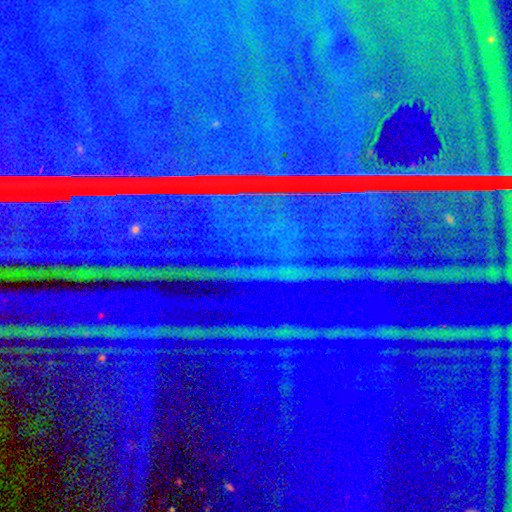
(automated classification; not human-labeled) Smooth or featured: star or artifact — 88% (featured or disk — 7%)